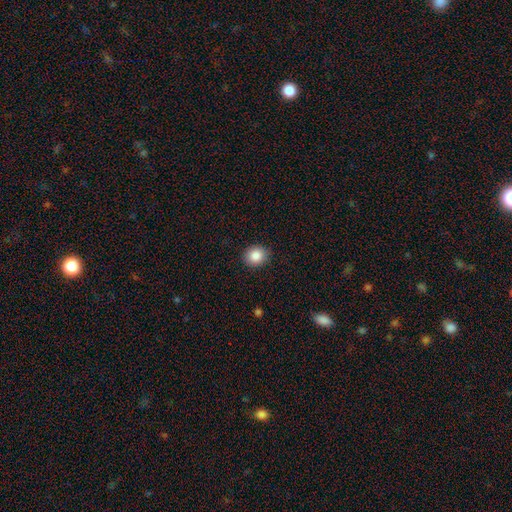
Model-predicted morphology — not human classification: Smooth or featured: smooth — 87% (star or artifact — 9%)
How rounded: round — 67% (in between — 32%)
Merging: none — 89% (minor disturbance — 8%)